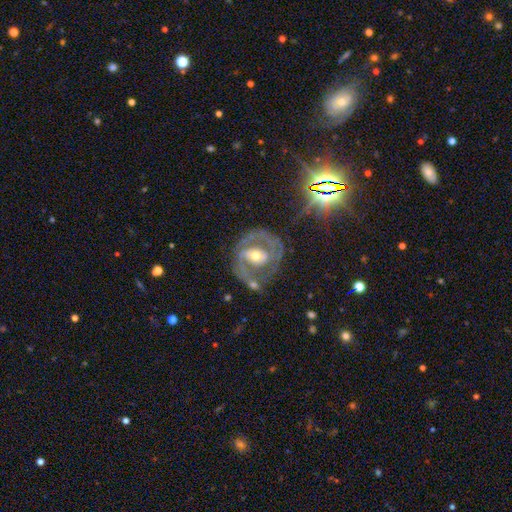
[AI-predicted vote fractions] The model was most divided on "spiral winding": tight: 47%, medium: 38%, loose: 15%. Remaining: edge-on disk — no (93%); smooth or featured — featured or disk (76%); spiral arms — yes (71%); merging — none (67%); spiral arm count — 2 (67%); bulge size — moderate (64%); bar — strong (48%).